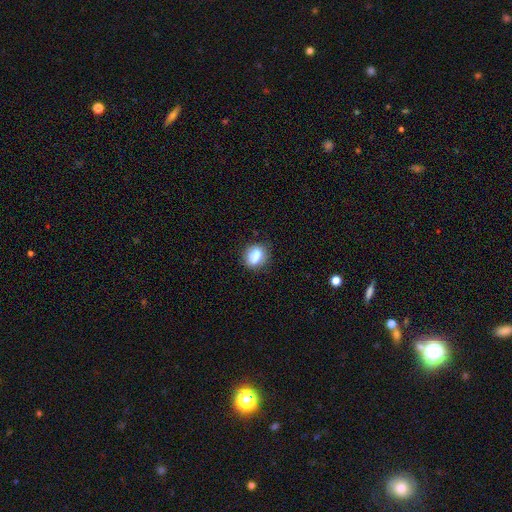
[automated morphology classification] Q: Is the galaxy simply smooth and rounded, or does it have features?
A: smooth — 77%.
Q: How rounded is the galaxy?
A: in between — 51%.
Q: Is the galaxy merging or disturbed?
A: none — 69%.